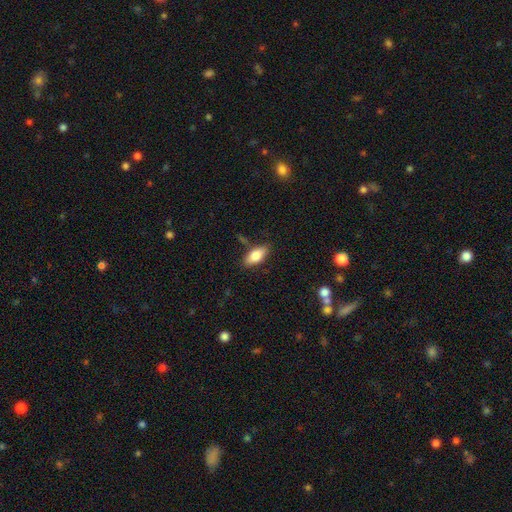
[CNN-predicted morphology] smooth_or_featured: smooth (p=0.81) [alt: featured or disk p=0.12]
how_rounded: in between (p=0.86) [alt: cigar-shaped p=0.11]
merging: none (p=0.79) [alt: minor disturbance p=0.14]